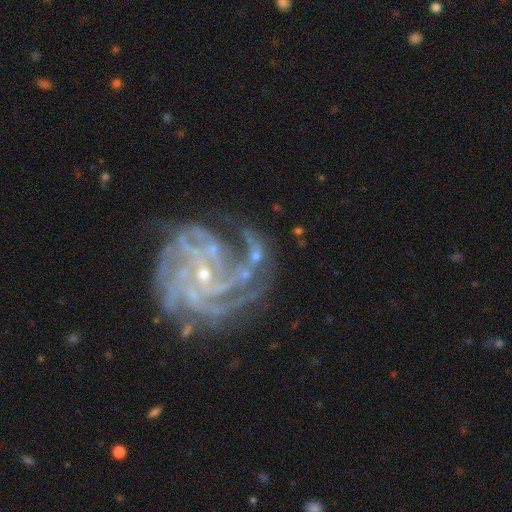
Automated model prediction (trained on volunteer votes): Smooth or featured? featured or disk (88%)
Edge-on disk? no (98%)
Bar? no (57%)
Spiral arms? yes (98%)
Spiral winding? tight (64%)
Spiral arm count? 4 (29%)
Bulge size? small (81%)
Merging? none (63%)